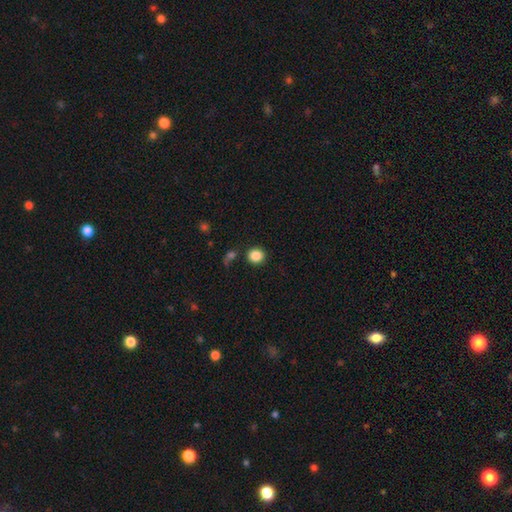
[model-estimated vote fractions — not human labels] Smooth or featured?
  - smooth: 87% *
  - star or artifact: 9%
  - featured or disk: 4%
How rounded?
  - round: 87% *
  - in between: 12%
  - cigar-shaped: 1%
Merging?
  - none: 84% *
  - minor disturbance: 8%
  - merger: 5%
  - major disturbance: 3%